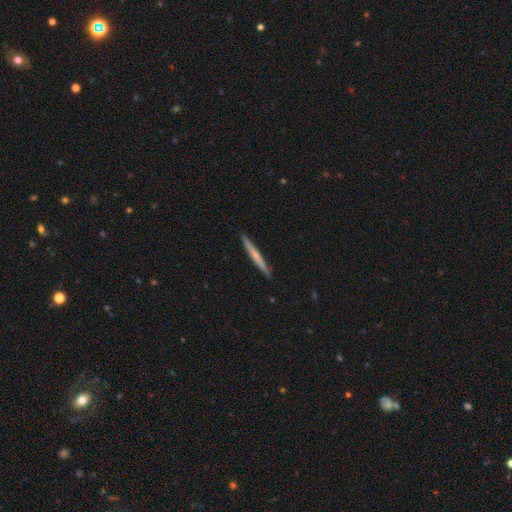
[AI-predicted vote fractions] This is possibly a smooth galaxy (49%). Merging: clearly none (92%).